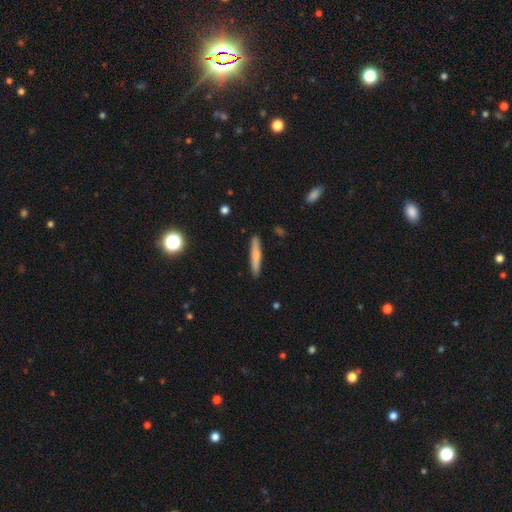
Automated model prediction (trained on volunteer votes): Smooth or featured? Predicted: smooth (p=0.70). How rounded? Predicted: cigar-shaped (p=0.93). Merging? Predicted: none (p=0.89).